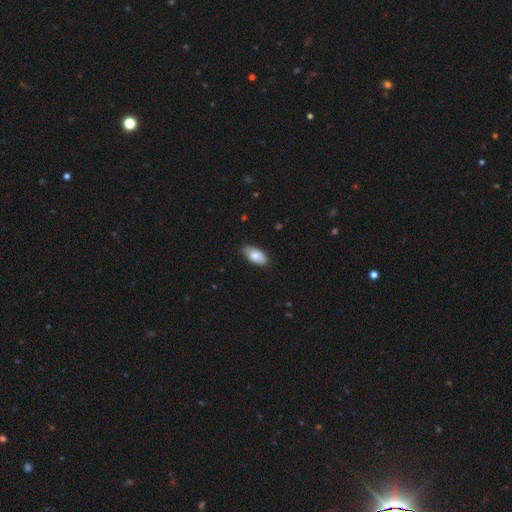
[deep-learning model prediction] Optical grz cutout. It shows a smooth galaxy with no disk features (82%) that is in between round and cigar-shaped (94%). Merging: none (81%).